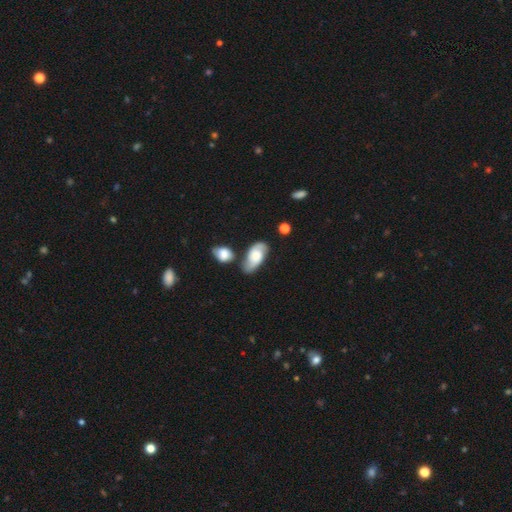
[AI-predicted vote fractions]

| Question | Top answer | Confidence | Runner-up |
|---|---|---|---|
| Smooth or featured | featured or disk | 50% | smooth (43%) |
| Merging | none | 55% | minor disturbance (21%) |